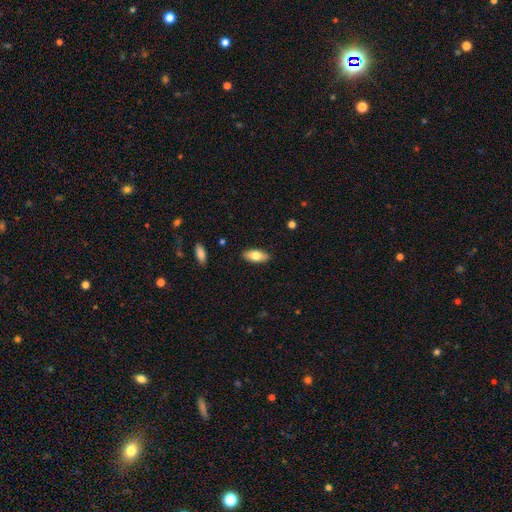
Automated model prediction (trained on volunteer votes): Smooth or featured? smooth (75%)
How rounded? in between (86%)
Merging? none (89%)